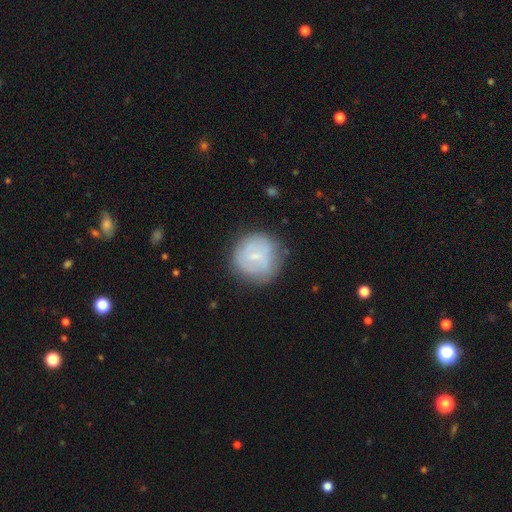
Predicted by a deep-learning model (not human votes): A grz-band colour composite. It shows a smooth galaxy with no disk features (53%) that is round (92%). Merging: none (70%).